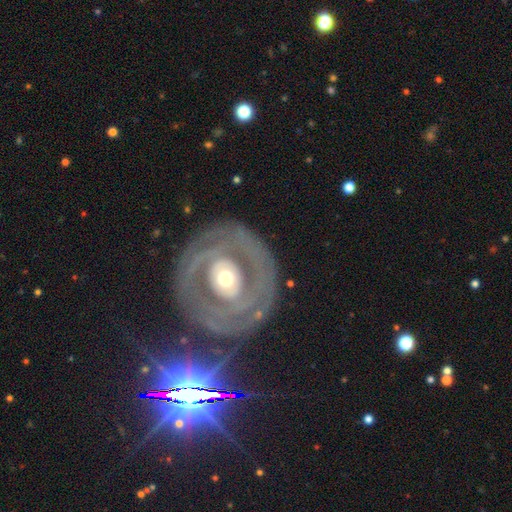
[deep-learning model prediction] This is likely a featured or disk galaxy (79%). It is clearly not viewed edge-on (94%). Bar: marginally strong (37%). Spiral arm pattern: likely yes (77%). Spiral arm count: marginally 2 (42%). Spiral winding: likely tight (72%). Central bulge: possibly moderate (54%). Merging: likely none (77%).